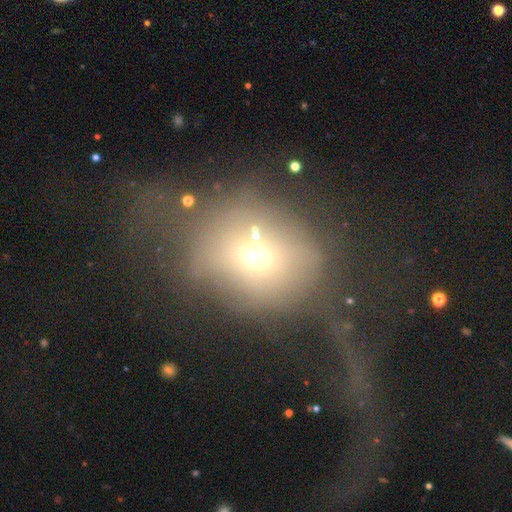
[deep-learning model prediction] Smooth or featured?
  - smooth: 55% *
  - featured or disk: 27%
  - star or artifact: 18%
How rounded?
  - round: 75% *
  - in between: 24%
  - cigar-shaped: 1%
Merging?
  - major disturbance: 48% *
  - none: 29%
  - minor disturbance: 15%
  - merger: 9%